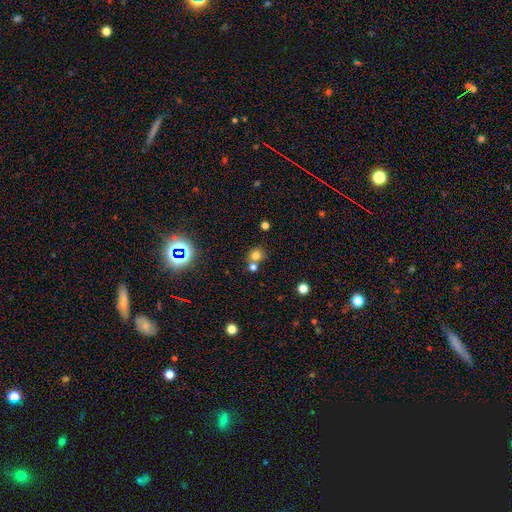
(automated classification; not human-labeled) smooth_or_featured: smooth (p=0.73) [alt: star or artifact p=0.19]
how_rounded: round (p=0.85) [alt: in between p=0.14]
merging: none (p=0.57) [alt: merger p=0.32]